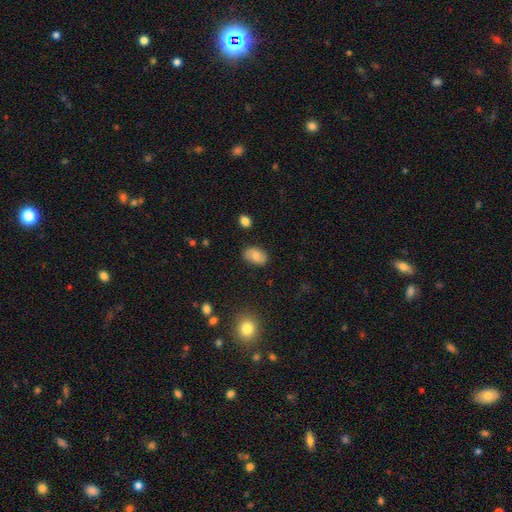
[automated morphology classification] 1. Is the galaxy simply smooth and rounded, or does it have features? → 64% smooth, 27% featured or disk, 9% star or artifact.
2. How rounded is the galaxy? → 85% in between, 13% round, 1% cigar-shaped.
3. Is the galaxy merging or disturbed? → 79% none, 16% minor disturbance, 4% major disturbance, 2% merger.